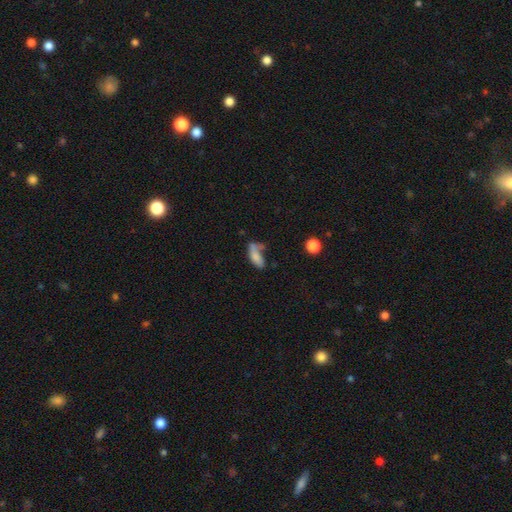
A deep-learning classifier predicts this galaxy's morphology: Overall: smooth (74%). How rounded: in between (74%). Merging: none (35%; merger 26%).